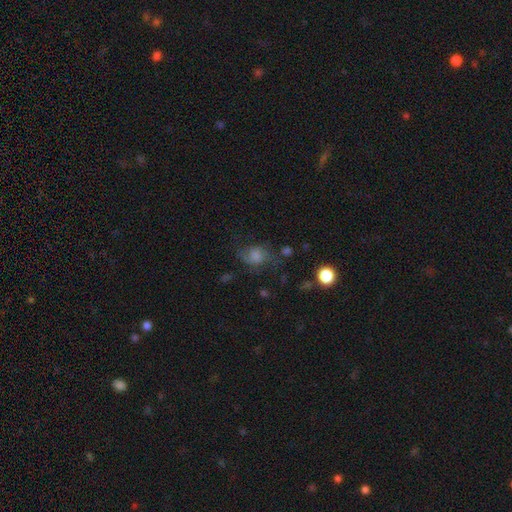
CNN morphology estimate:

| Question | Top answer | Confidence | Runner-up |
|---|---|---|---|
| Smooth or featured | featured or disk | 40% | smooth (39%) |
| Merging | none | 55% | minor disturbance (22%) |